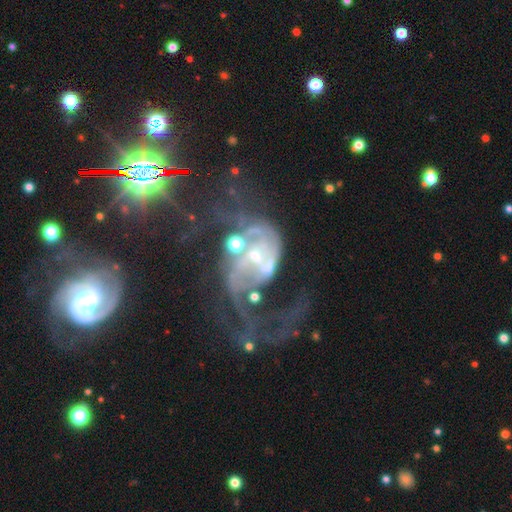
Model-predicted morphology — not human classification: Overall: featured or disk (78%). Edge-on disk: no (97%). Bar: no (57%; weak 30%). Spiral arms: yes (75%). Spiral arm count: 2 (47%; can't tell 27%). Spiral winding: loose (48%; medium 35%). Bulge size: small (53%; moderate 32%). Merging: major disturbance (43%; merger 28%).